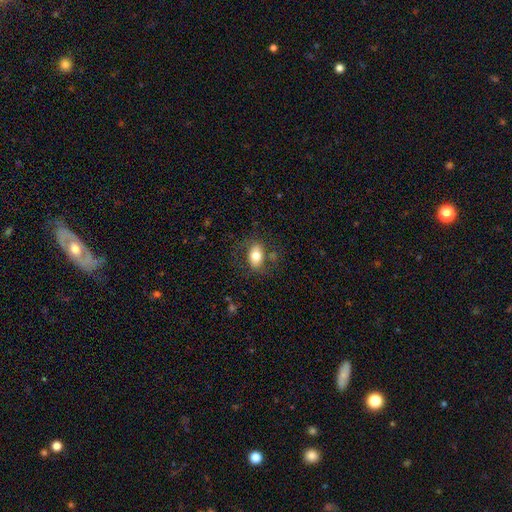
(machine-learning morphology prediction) Smooth or featured: smooth — 73% (featured or disk — 19%)
How rounded: in between — 85% (round — 13%)
Merging: none — 71% (minor disturbance — 17%)